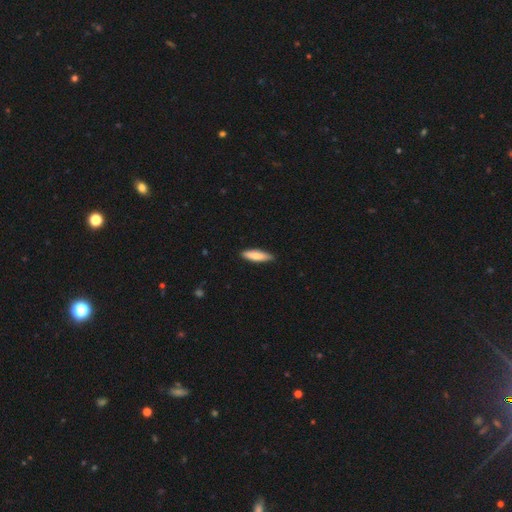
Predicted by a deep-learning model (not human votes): Smooth or featured: smooth — 78% (featured or disk — 17%)
How rounded: cigar-shaped — 64% (in between — 34%)
Merging: none — 86% (minor disturbance — 12%)